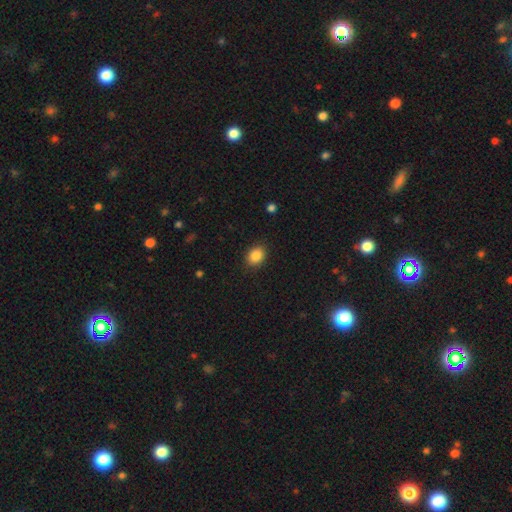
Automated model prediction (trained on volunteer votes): The model was most divided on "how rounded": in between: 64%, round: 35%, cigar-shaped: 1%. More confident: merging — none (87%); smooth or featured — smooth (87%).